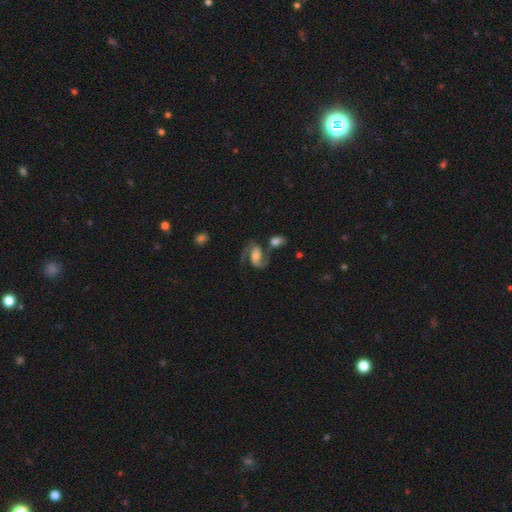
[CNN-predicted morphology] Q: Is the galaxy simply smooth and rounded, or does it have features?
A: featured or disk — 83%.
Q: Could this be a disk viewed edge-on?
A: no — 98%.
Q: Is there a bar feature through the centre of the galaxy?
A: weak — 42%.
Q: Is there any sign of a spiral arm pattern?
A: yes — 96%.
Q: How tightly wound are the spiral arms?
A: medium — 54%.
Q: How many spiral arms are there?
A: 2 — 90%.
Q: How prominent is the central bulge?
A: moderate — 50%.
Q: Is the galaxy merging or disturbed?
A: none — 50%.